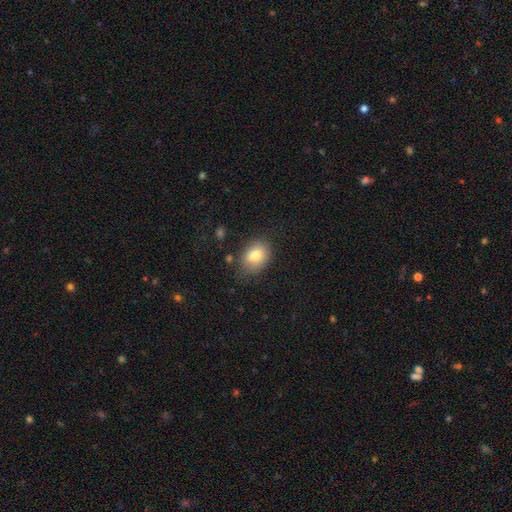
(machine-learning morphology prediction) smooth 78%, featured or disk 13%, star or artifact 9%. Down the decision tree: how rounded — in between (72%); merging — none (74%).